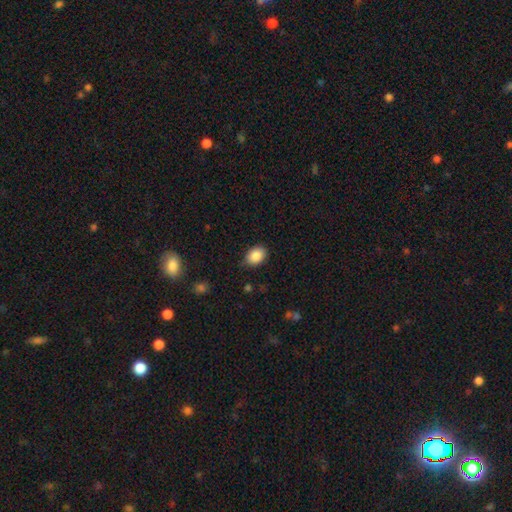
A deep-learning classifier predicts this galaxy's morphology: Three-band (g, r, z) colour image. It shows a smooth galaxy with no disk features (87%) that is in between round and cigar-shaped (76%). Merging: none (75%).